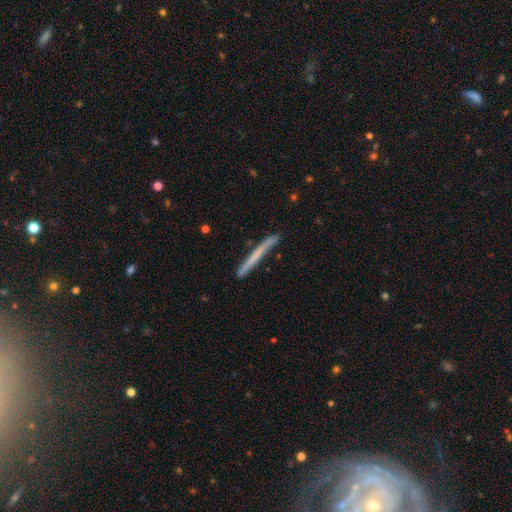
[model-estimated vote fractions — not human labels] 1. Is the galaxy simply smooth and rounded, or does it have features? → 56% smooth, 38% featured or disk, 6% star or artifact.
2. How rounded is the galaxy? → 97% cigar-shaped, 2% in between, 1% round.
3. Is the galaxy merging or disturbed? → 84% none, 12% minor disturbance, 2% major disturbance, 2% merger.